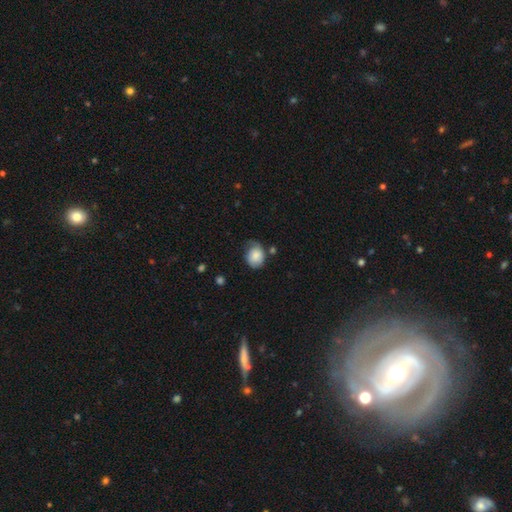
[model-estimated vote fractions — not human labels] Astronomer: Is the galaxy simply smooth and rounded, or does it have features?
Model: smooth — 78%.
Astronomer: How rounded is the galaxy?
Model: round — 52% (runner-up: in between, 47%).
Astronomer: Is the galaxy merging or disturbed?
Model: none — 44% (runner-up: minor disturbance, 38%).